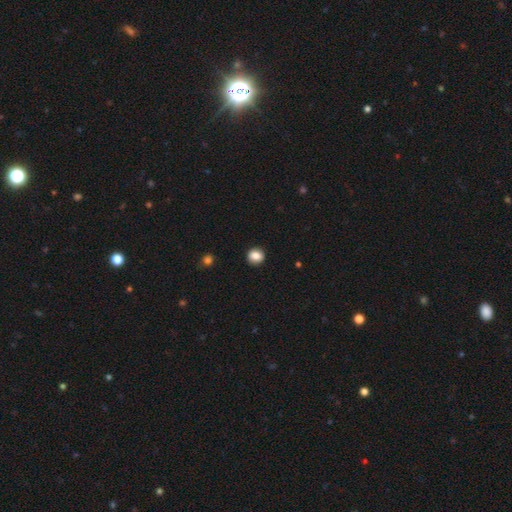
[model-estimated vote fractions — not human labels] smooth 85%, star or artifact 9%, featured or disk 6%. Down the decision tree: how rounded — round (80%); merging — none (91%).